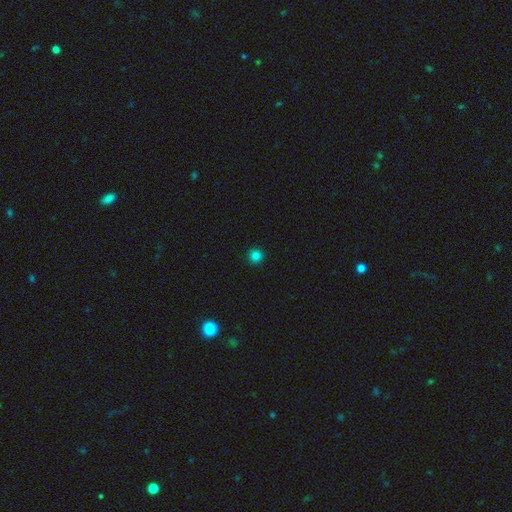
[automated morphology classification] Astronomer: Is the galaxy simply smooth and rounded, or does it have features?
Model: smooth — 83%.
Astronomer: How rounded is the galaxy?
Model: round — 96%.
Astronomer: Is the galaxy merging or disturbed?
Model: none — 93%.